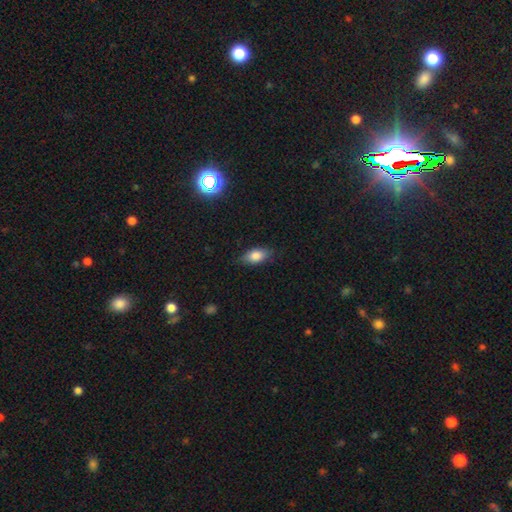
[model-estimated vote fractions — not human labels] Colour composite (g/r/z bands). It shows a smooth galaxy with no disk features (80%) that is in between round and cigar-shaped (87%). Merging: none (81%).